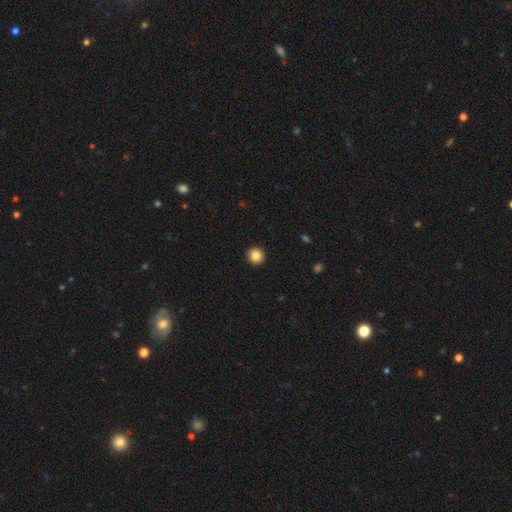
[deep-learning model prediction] This is clearly a smooth galaxy (86%). How rounded: clearly round (93%). Merging: clearly none (93%).